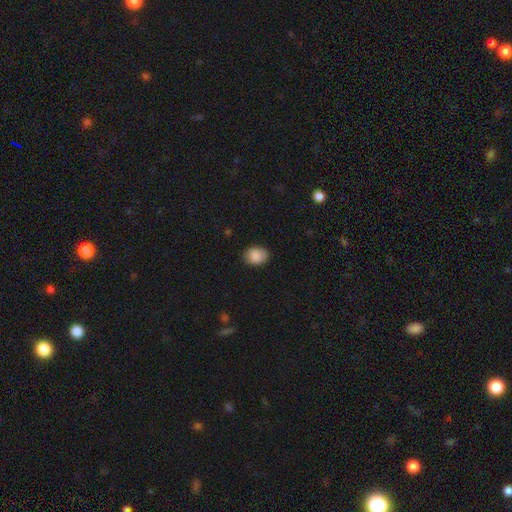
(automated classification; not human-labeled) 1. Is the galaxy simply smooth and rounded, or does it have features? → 88% smooth, 8% star or artifact, 4% featured or disk.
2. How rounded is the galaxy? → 58% in between, 41% round, 1% cigar-shaped.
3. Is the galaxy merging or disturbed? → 84% none, 13% minor disturbance, 2% major disturbance, 1% merger.